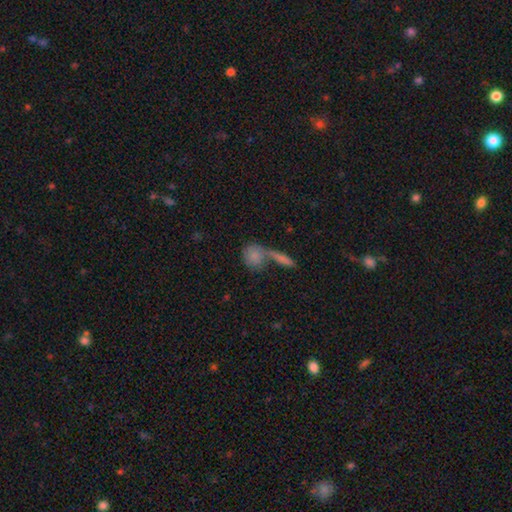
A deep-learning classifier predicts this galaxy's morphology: smooth_or_featured: smooth (p=0.77) [alt: featured or disk p=0.14]
how_rounded: round (p=0.59) [alt: in between p=0.32]
merging: merger (p=0.43) [alt: none p=0.40]